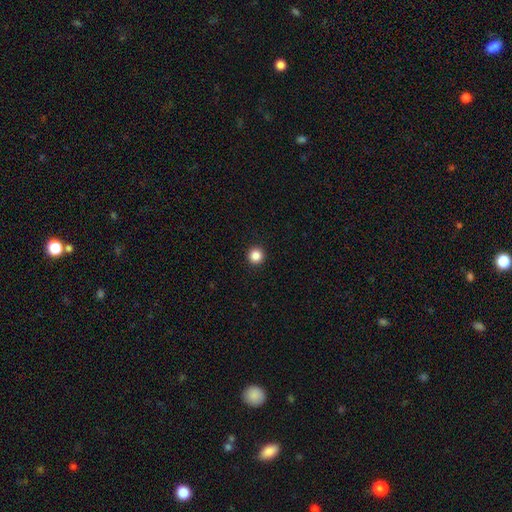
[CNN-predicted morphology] Overall: smooth (86%). How rounded: round (96%). Merging: none (94%).